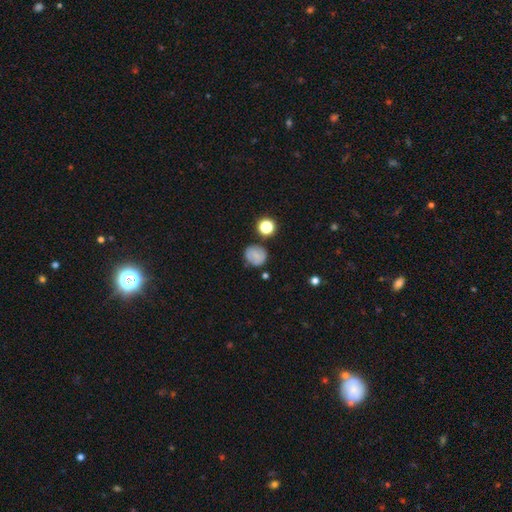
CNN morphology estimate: Smooth or featured? smooth (66%)
How rounded? round (78%)
Merging? none (69%)